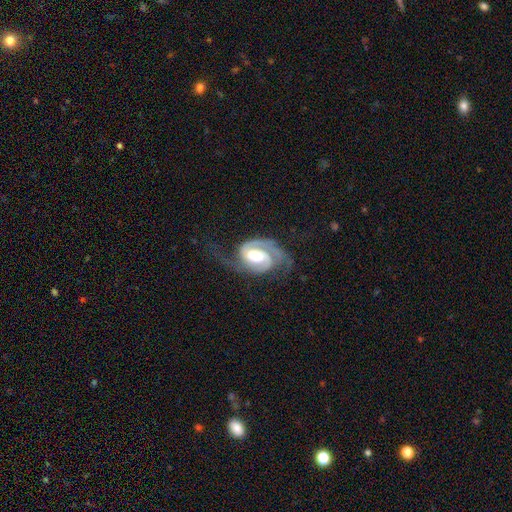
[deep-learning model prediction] smooth_or_featured: featured or disk (p=0.90) [alt: smooth p=0.06]
disk_edge_on: no (p=0.98) [alt: yes p=0.02]
bar: weak (p=0.43) [alt: no p=0.38]
has_spiral_arms: yes (p=0.98) [alt: no p=0.02]
spiral_winding: medium (p=0.45) [alt: tight p=0.42]
spiral_arm_count: 2 (p=0.86) [alt: 1 p=0.05]
bulge_size: moderate (p=0.41) [alt: large p=0.39]
merging: none (p=0.56) [alt: minor disturbance p=0.22]